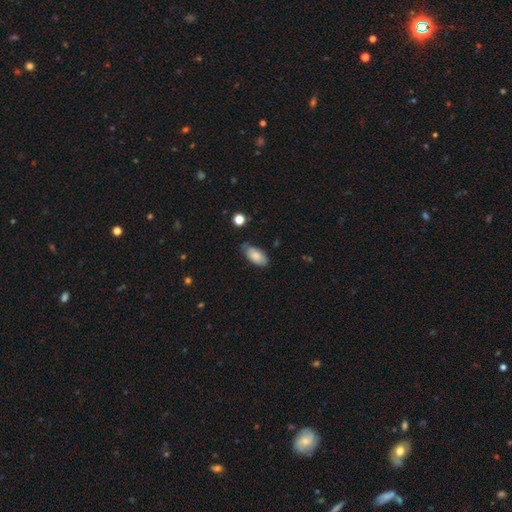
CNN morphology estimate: smooth_or_featured: smooth (p=0.77) [alt: featured or disk p=0.16]
how_rounded: in between (p=0.92) [alt: cigar-shaped p=0.05]
merging: none (p=0.66) [alt: minor disturbance p=0.27]